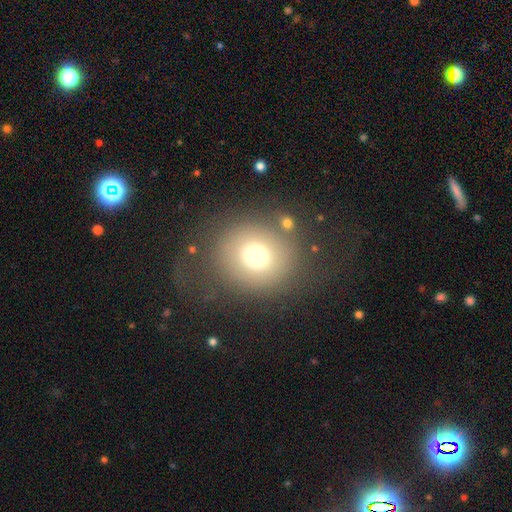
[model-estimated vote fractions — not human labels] smooth 69%, featured or disk 17%, star or artifact 14%. Down the decision tree: how rounded — round (83%); merging — none (65%).